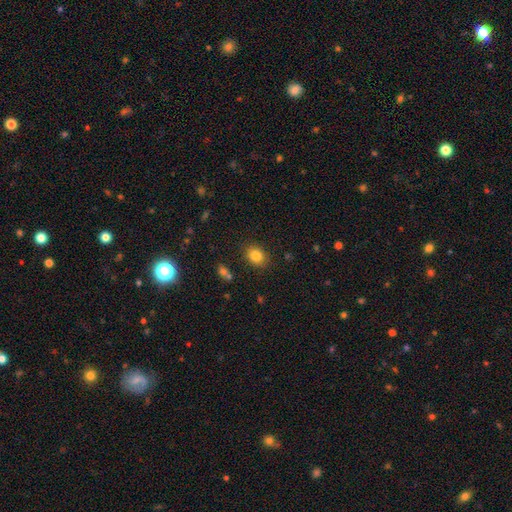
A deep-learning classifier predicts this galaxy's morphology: This appears to be a smooth galaxy with no disk features (83%) that is in between round and cigar-shaped (51%). Merging: none (85%).